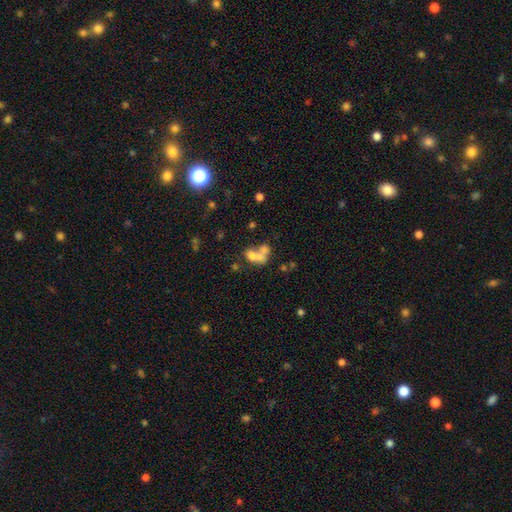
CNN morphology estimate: This appears to be a smooth galaxy with no disk features (59%) that is in between round and cigar-shaped (66%). Merging: merger (63%).